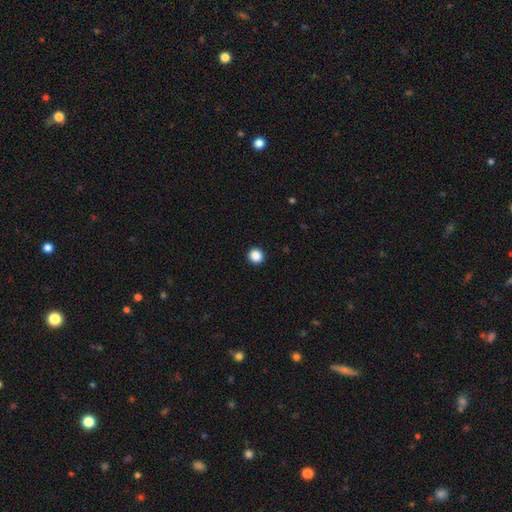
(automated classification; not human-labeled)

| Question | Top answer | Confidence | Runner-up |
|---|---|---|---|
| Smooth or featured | smooth | 88% | star or artifact (10%) |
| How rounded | round | 89% | in between (10%) |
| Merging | none | 93% | minor disturbance (5%) |